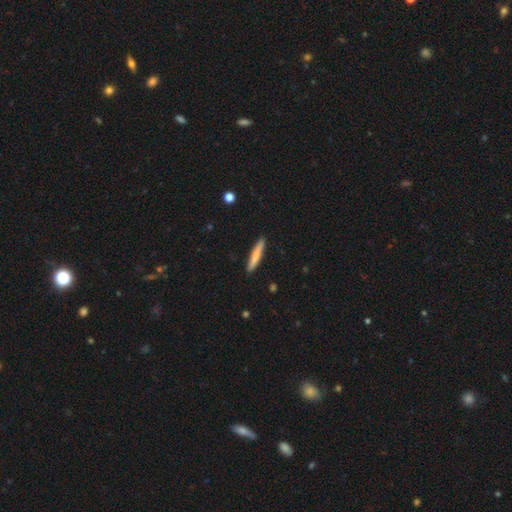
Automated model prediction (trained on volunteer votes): Morphology: type=smooth (78%); roundness=cigar-shaped (93%); merging=none (90%).